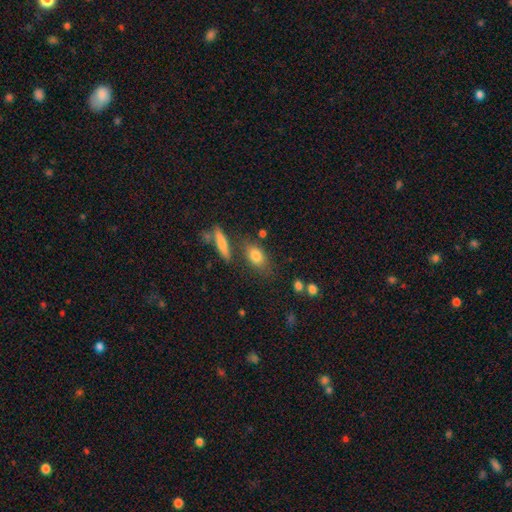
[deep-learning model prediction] Q: Smooth or featured?
A: smooth (80%); runner-up: featured or disk (11%)
Q: How rounded?
A: in between (77%); runner-up: round (14%)
Q: Merging?
A: none (70%); runner-up: minor disturbance (15%)